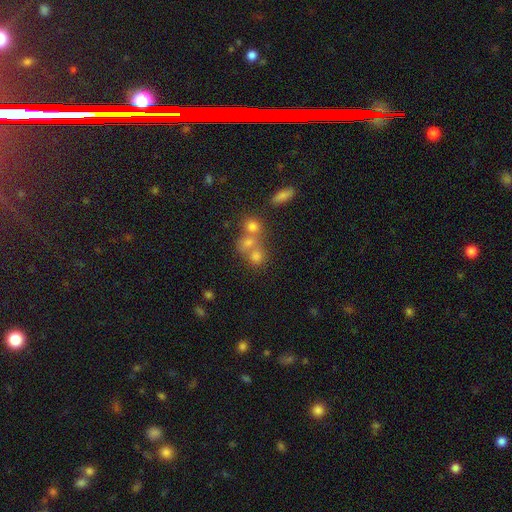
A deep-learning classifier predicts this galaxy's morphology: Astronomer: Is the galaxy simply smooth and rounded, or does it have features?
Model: smooth — 57%.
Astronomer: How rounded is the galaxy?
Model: round — 76%.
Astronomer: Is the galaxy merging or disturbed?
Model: merger — 50% (runner-up: none, 39%).